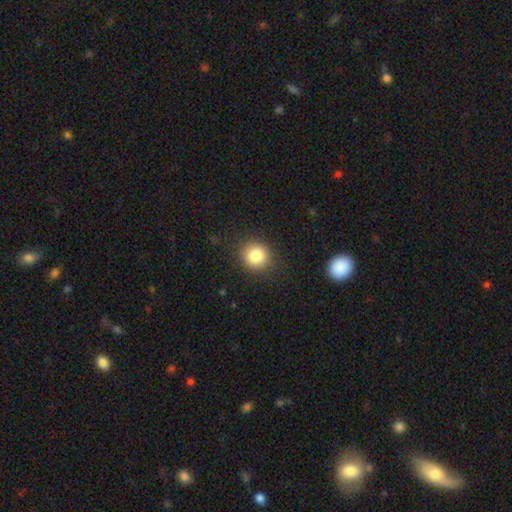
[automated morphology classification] Q: Smooth or featured?
A: smooth (85%); runner-up: star or artifact (10%)
Q: How rounded?
A: round (89%); runner-up: in between (10%)
Q: Merging?
A: none (88%); runner-up: minor disturbance (8%)